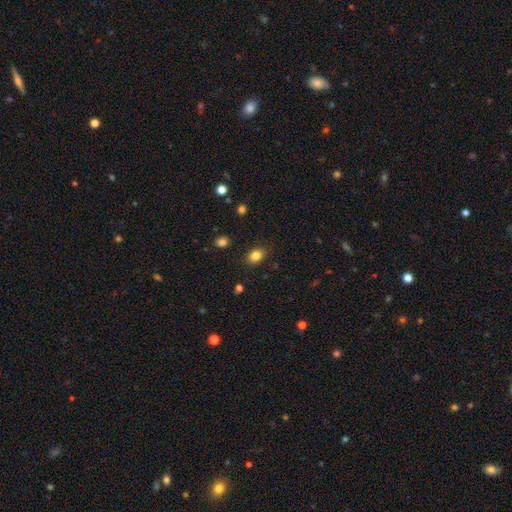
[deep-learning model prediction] smooth-or-featured: smooth: 84% | star or artifact: 10% | featured or disk: 6%
  how-rounded: in between: 70% | round: 29% | cigar-shaped: 1%
  merging: none: 87% | minor disturbance: 9% | major disturbance: 2% | merger: 1%